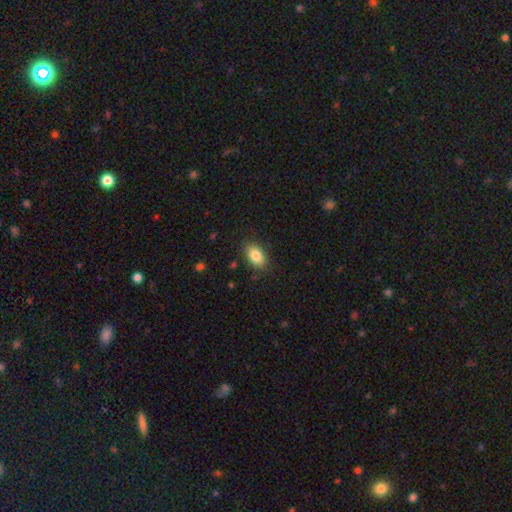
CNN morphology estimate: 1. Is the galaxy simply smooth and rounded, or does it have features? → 84% smooth, 8% featured or disk, 8% star or artifact.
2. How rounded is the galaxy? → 89% in between, 9% round, 2% cigar-shaped.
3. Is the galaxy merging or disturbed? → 85% none, 11% minor disturbance, 3% major disturbance, 1% merger.